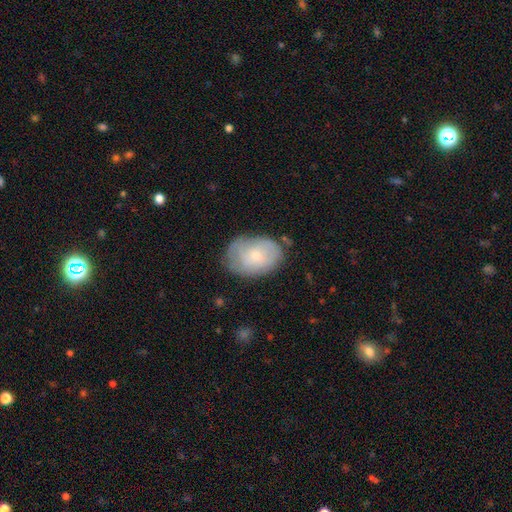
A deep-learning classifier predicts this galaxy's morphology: Smooth or featured? Predicted: smooth (p=0.59). How rounded? Predicted: in between (p=0.78). Merging? Predicted: none (p=0.65).